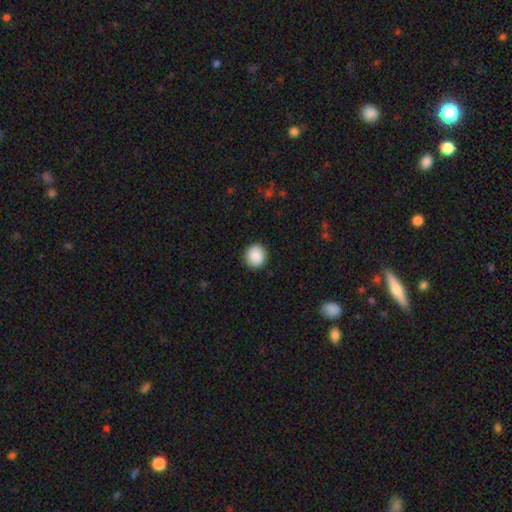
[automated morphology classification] Smooth or featured? Predicted: smooth (p=0.90). How rounded? Predicted: round (p=0.88). Merging? Predicted: none (p=0.91).